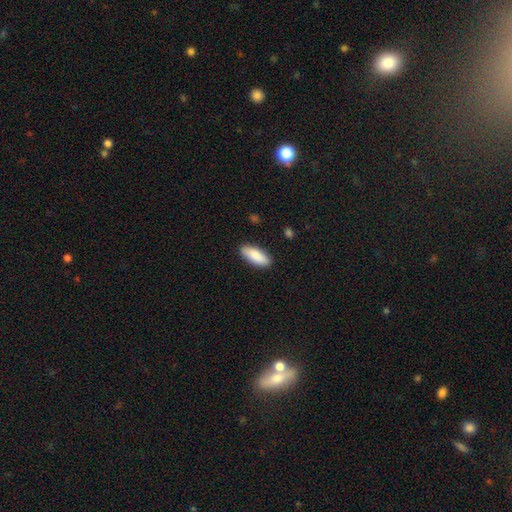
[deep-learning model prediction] Morphology: type=smooth (87%); roundness=in between (74%); merging=none (89%).